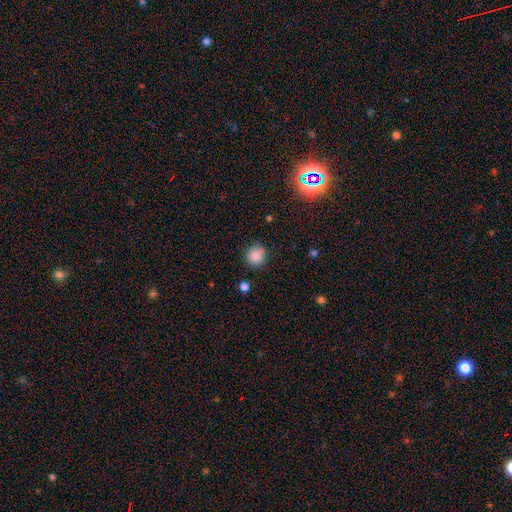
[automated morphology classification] The model was most divided on "merging": none: 78%, minor disturbance: 14%, merger: 4%, major disturbance: 4%. More confident: how rounded — round (90%); smooth or featured — smooth (85%).